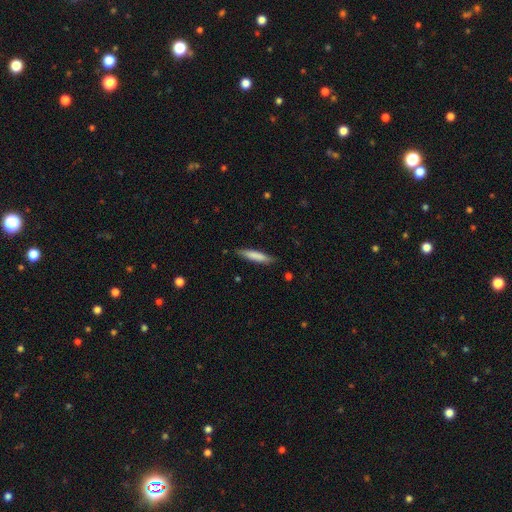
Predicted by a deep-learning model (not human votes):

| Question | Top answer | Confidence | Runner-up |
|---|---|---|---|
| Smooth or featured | smooth | 78% | featured or disk (16%) |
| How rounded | cigar-shaped | 87% | in between (12%) |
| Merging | none | 84% | minor disturbance (13%) |